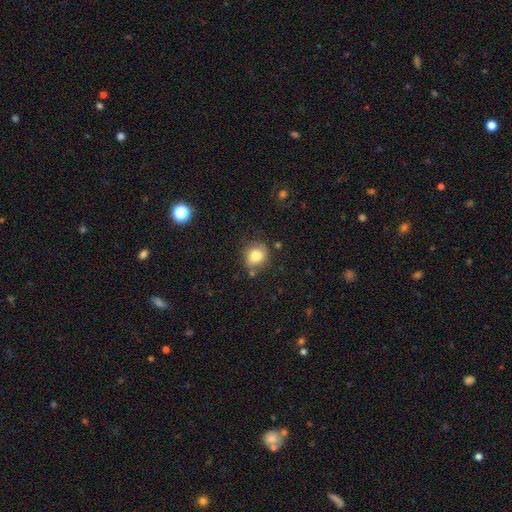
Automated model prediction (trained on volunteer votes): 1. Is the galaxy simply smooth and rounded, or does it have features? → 81% smooth, 10% star or artifact, 9% featured or disk.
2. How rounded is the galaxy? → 74% round, 25% in between, 1% cigar-shaped.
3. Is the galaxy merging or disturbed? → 73% none, 17% minor disturbance, 5% merger, 4% major disturbance.